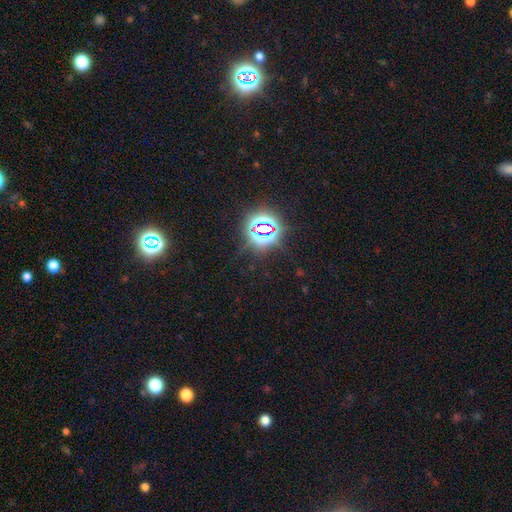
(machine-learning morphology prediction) type=star or artifact (78%).